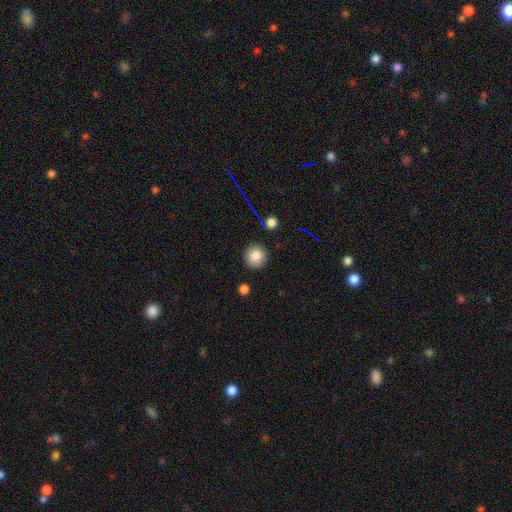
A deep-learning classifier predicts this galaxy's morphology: Smooth or featured? Predicted: smooth (p=0.83). How rounded? Predicted: round (p=0.91). Merging? Predicted: none (p=0.89).